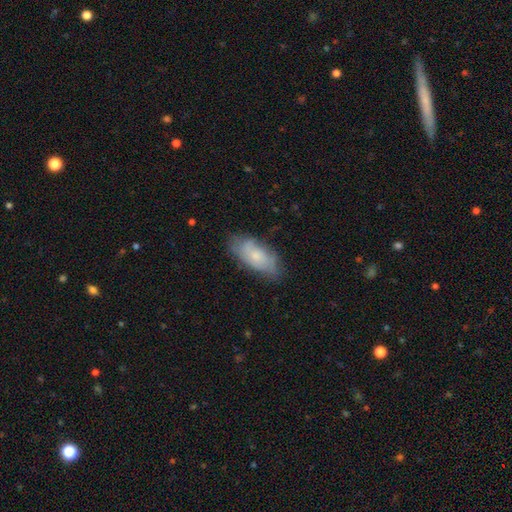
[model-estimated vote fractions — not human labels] This is possibly a smooth galaxy (57%). How rounded: clearly in between (86%). Merging: likely none (70%).